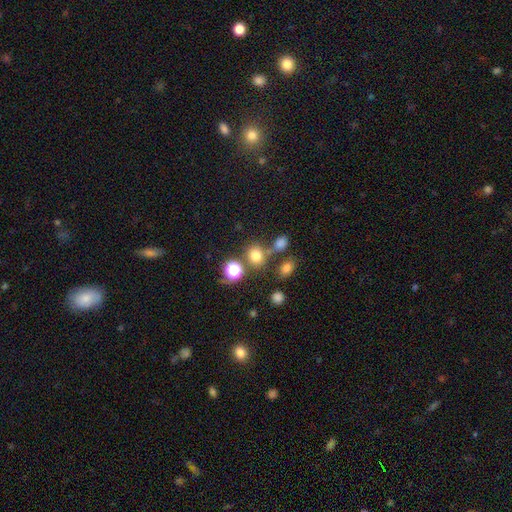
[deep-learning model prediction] smooth 73%, star or artifact 19%, featured or disk 8%. Down the decision tree: how rounded — round (67%); merging — none (64%).